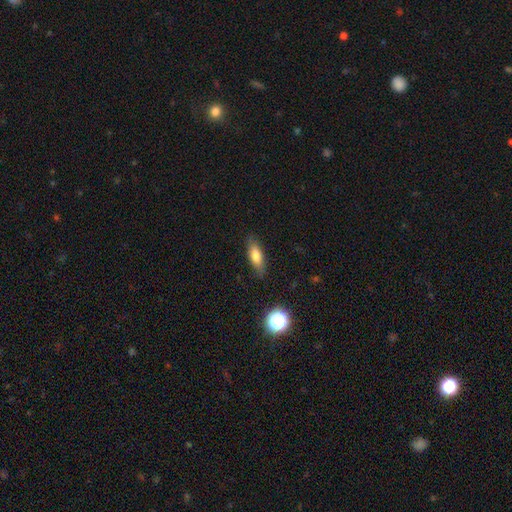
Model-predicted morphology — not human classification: Smooth or featured?
  - smooth: 74% *
  - featured or disk: 17%
  - star or artifact: 9%
How rounded?
  - in between: 63% *
  - cigar-shaped: 33%
  - round: 4%
Merging?
  - none: 82% *
  - minor disturbance: 14%
  - major disturbance: 3%
  - merger: 1%